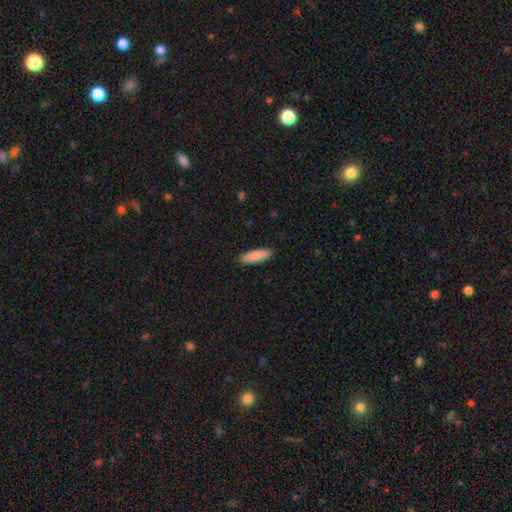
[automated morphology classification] smooth 89%, featured or disk 5%, star or artifact 5%. Down the decision tree: how rounded — cigar-shaped (56%); merging — none (91%).